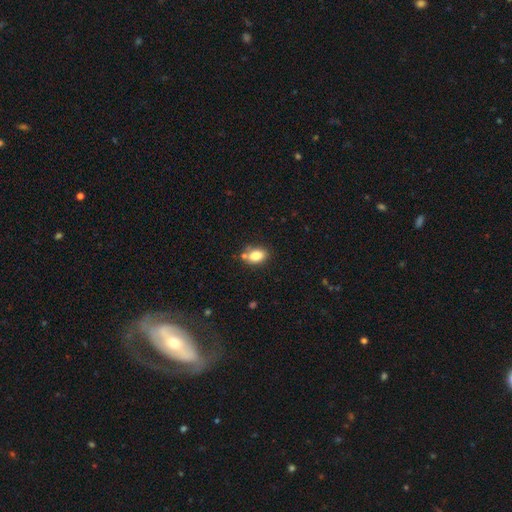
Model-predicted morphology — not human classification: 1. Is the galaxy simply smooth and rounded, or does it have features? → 83% smooth, 9% star or artifact, 8% featured or disk.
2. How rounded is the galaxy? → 80% in between, 18% round, 2% cigar-shaped.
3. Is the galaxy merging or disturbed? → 67% none, 15% minor disturbance, 14% merger, 4% major disturbance.